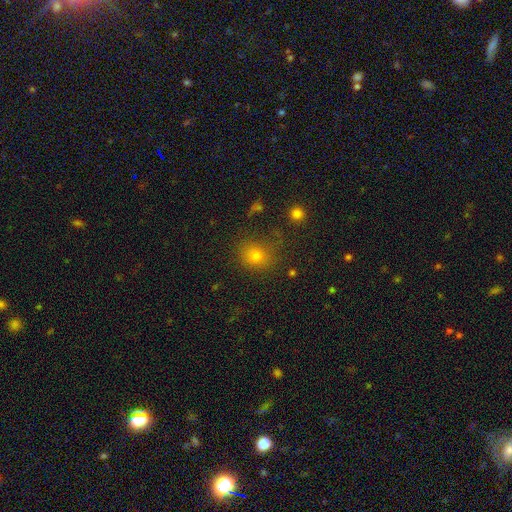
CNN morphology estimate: Smooth or featured? Predicted: smooth (p=0.74). How rounded? Predicted: round (p=0.76). Merging? Predicted: none (p=0.75).